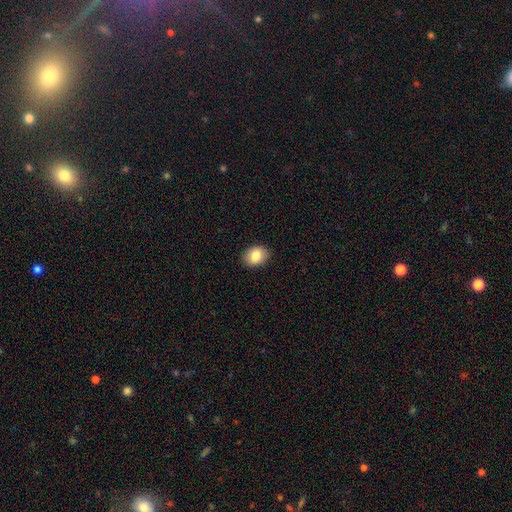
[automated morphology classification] type=smooth (83%); roundness=in between (65%); merging=none (90%).